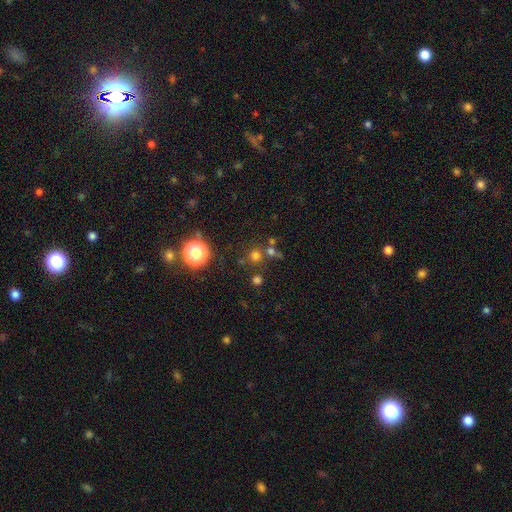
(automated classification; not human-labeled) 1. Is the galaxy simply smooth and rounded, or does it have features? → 61% smooth, 30% star or artifact, 9% featured or disk.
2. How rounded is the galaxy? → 91% round, 8% in between, 1% cigar-shaped.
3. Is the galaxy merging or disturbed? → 69% none, 19% merger, 8% minor disturbance, 4% major disturbance.